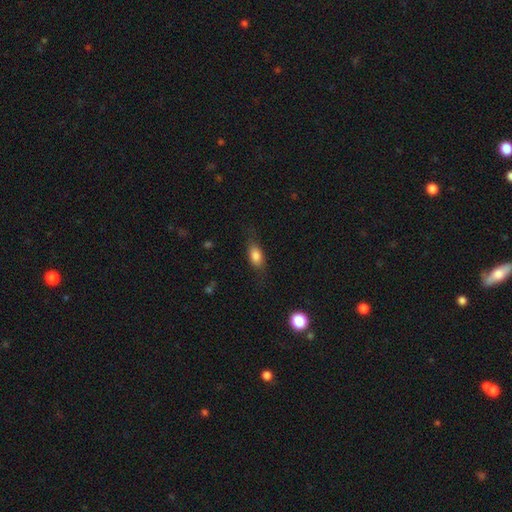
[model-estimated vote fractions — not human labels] smooth 78%, featured or disk 14%, star or artifact 8%. Down the decision tree: how rounded — in between (79%); merging — none (72%).